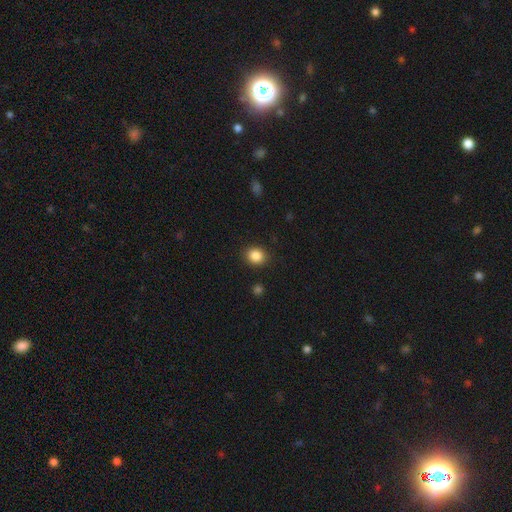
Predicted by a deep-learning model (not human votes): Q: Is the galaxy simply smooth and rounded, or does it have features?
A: smooth — 86%.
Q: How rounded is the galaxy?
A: round — 69%.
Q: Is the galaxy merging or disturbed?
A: none — 89%.